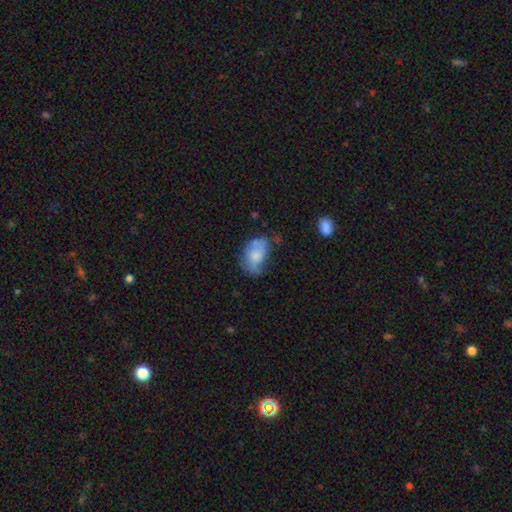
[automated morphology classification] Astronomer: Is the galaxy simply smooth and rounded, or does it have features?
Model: smooth — 64%.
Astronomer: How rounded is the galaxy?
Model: in between — 86%.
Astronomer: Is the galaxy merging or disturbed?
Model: none — 35% (runner-up: minor disturbance, 34%).